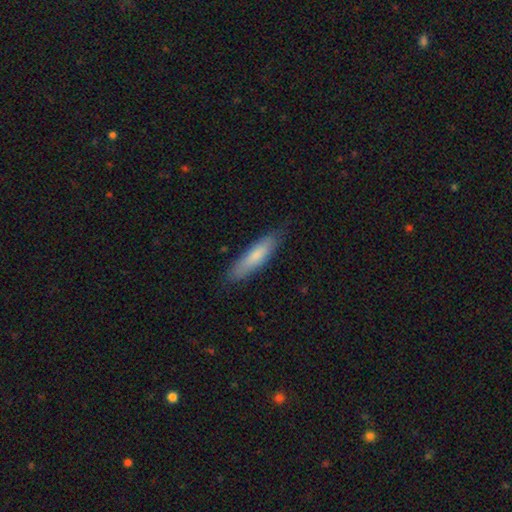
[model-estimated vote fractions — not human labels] A smooth galaxy with no disk features (76%) that is cigar-shaped (76%).

Vote fractions:
- Smooth or featured? smooth: 76% / featured or disk: 18% / star or artifact: 5%
- How rounded? cigar-shaped: 76% / in between: 23% / round: 1%
- Merging? none: 81% / minor disturbance: 15% / major disturbance: 3% / merger: 1%